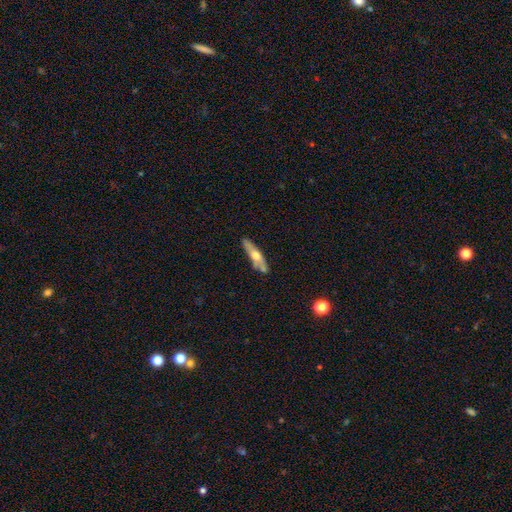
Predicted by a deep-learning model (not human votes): Smooth or featured? Predicted: smooth (p=0.48). Merging? Predicted: none (p=0.73).